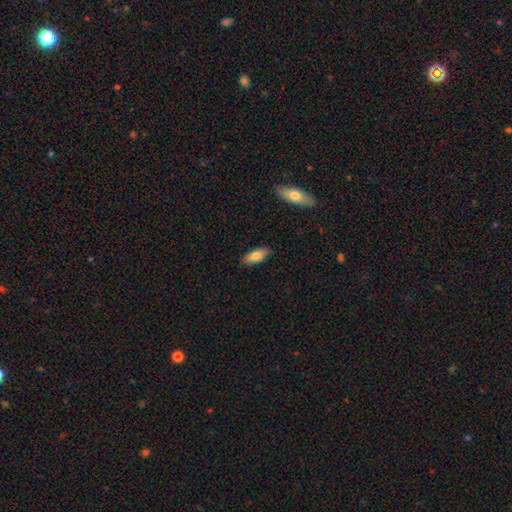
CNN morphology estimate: smooth-or-featured: smooth: 76% | featured or disk: 18% | star or artifact: 6%
  how-rounded: in between: 73% | cigar-shaped: 25% | round: 2%
  merging: none: 87% | minor disturbance: 10% | major disturbance: 2% | merger: 1%